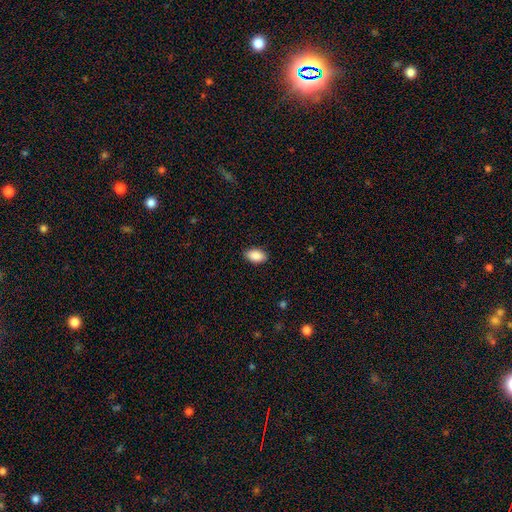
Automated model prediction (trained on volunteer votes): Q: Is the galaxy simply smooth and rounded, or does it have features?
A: smooth — 89%.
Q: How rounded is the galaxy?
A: in between — 93%.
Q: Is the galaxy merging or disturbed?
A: none — 88%.